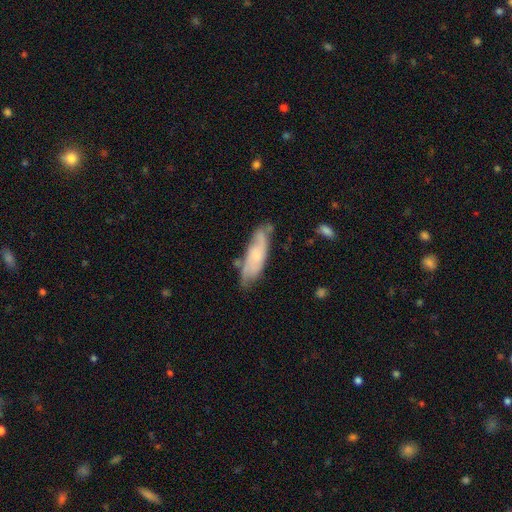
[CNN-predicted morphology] type=featured or disk (49%); merging=none (62%).